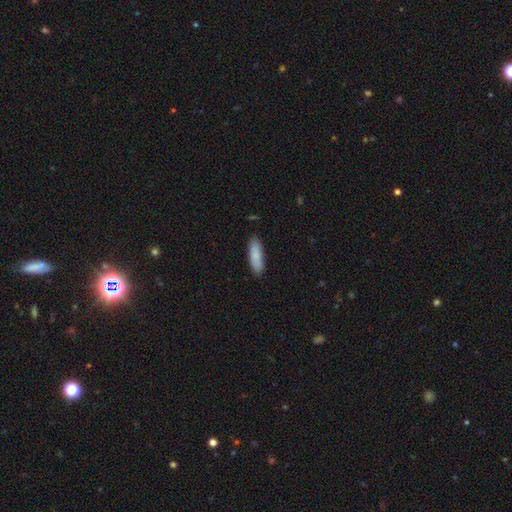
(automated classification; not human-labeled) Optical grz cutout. It shows a smooth galaxy with no disk features (86%) that is cigar-shaped (50%). Merging: none (87%).